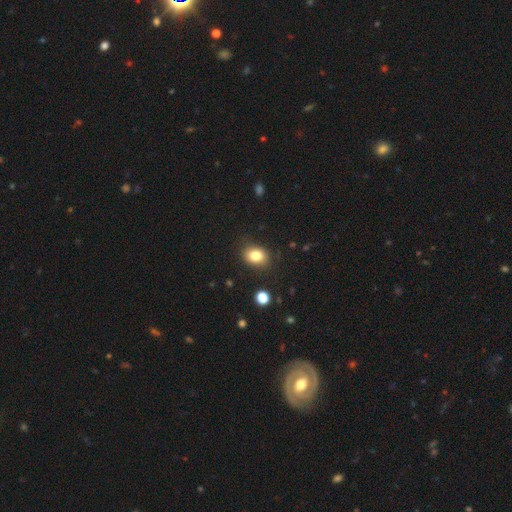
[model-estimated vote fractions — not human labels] Morphology: type=smooth (83%); roundness=in between (63%); merging=none (84%).